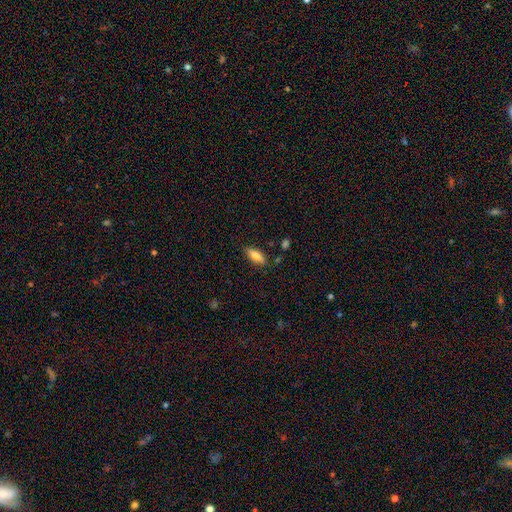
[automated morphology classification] Smooth or featured? Predicted: smooth (p=0.77). How rounded? Predicted: in between (p=0.63). Merging? Predicted: none (p=0.84).